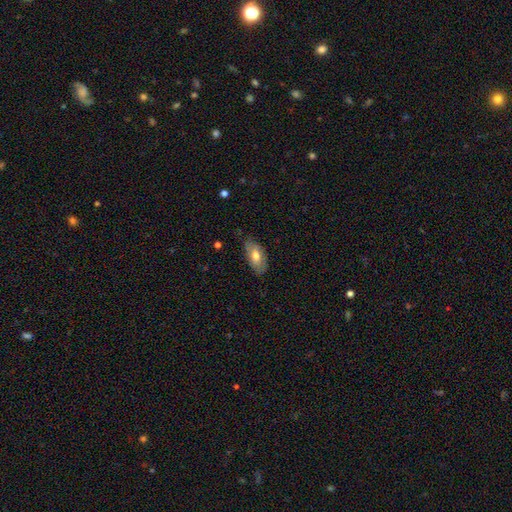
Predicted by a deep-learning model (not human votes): Overall: smooth (66%; featured or disk 27%). How rounded: in between (91%). Merging: none (76%).